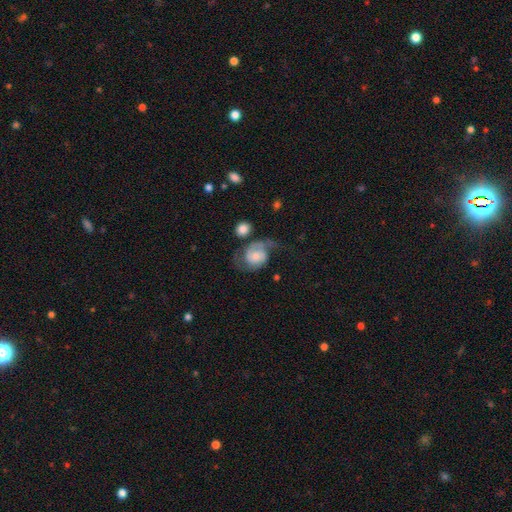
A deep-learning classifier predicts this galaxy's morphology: Overall: featured or disk (67%). Edge-on disk: no (98%). Bar: no (66%; weak 29%). Spiral arms: yes (91%). Spiral arm count: 2 (70%). Spiral winding: medium (43%; loose 35%). Bulge size: small (43%; moderate 36%). Merging: none (40%; major disturbance 29%).